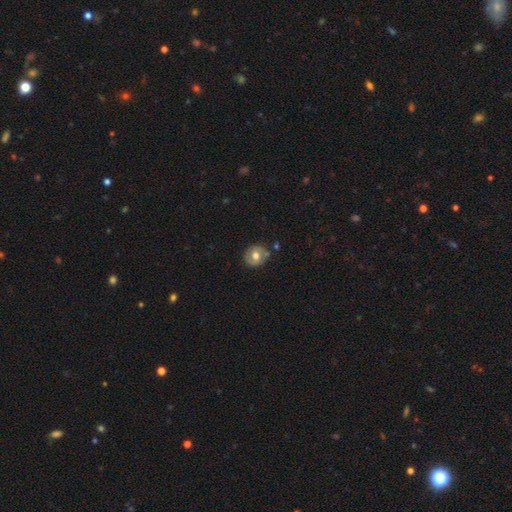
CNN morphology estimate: Smooth or featured?
  - smooth: 61% *
  - featured or disk: 31%
  - star or artifact: 8%
How rounded?
  - round: 80% *
  - in between: 19%
  - cigar-shaped: 1%
Merging?
  - none: 74% *
  - minor disturbance: 15%
  - merger: 7%
  - major disturbance: 4%